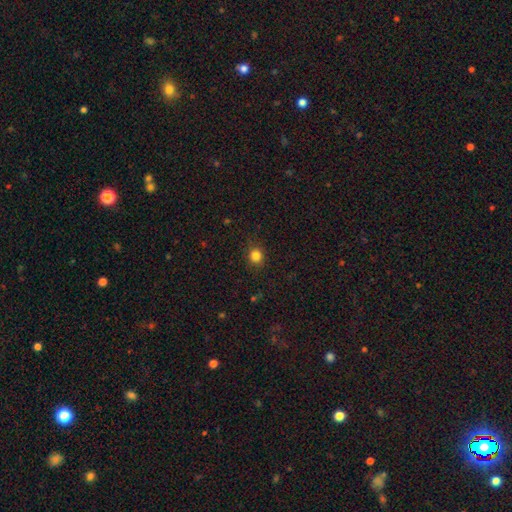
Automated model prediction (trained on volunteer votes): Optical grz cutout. It shows a smooth galaxy with no disk features (83%) that is round (88%). Merging: none (88%).